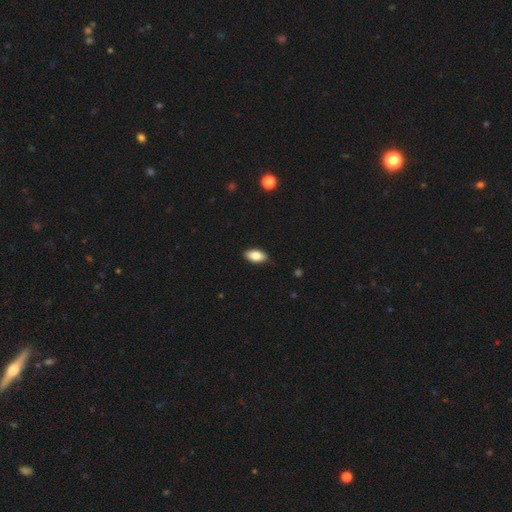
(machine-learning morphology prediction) Overall: smooth (83%). How rounded: in between (92%). Merging: none (83%).